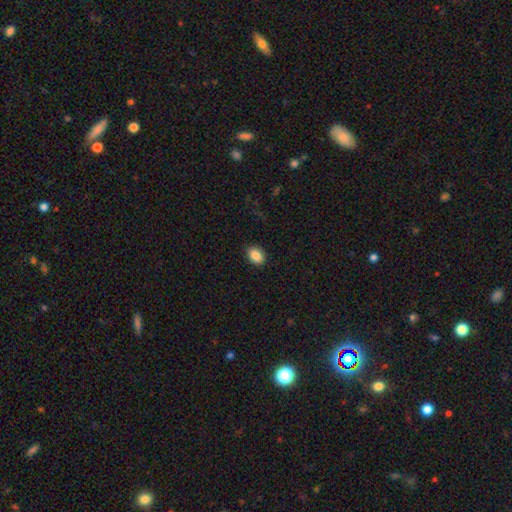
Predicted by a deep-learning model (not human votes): Smooth or featured?
  - smooth: 87% *
  - star or artifact: 8%
  - featured or disk: 4%
How rounded?
  - in between: 72% *
  - round: 26%
  - cigar-shaped: 1%
Merging?
  - none: 89% *
  - minor disturbance: 8%
  - major disturbance: 2%
  - merger: 1%